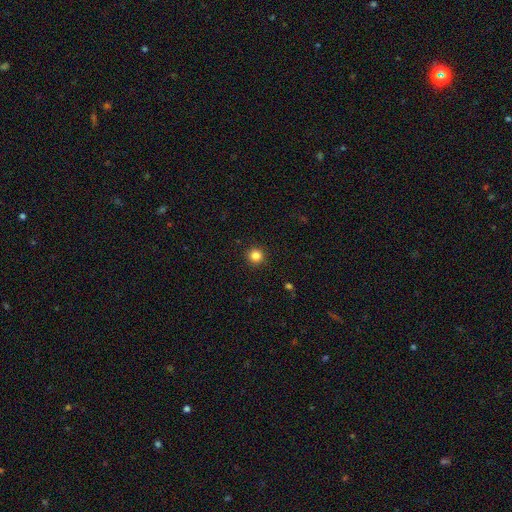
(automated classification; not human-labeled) Smooth or featured? smooth (84%)
How rounded? round (96%)
Merging? none (93%)